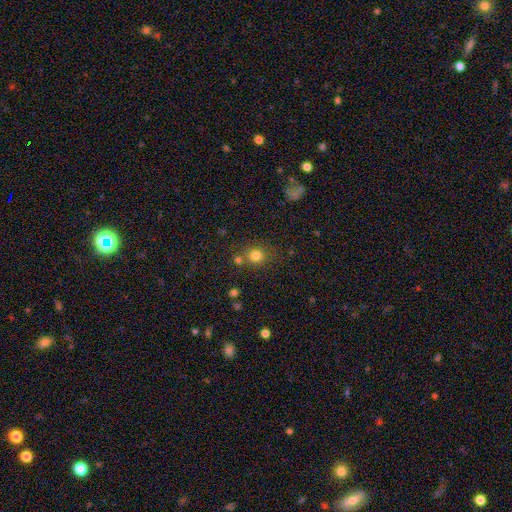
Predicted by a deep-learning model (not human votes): Q: Smooth or featured?
A: smooth (79%); runner-up: star or artifact (15%)
Q: How rounded?
A: round (85%); runner-up: in between (14%)
Q: Merging?
A: none (71%); runner-up: merger (14%)